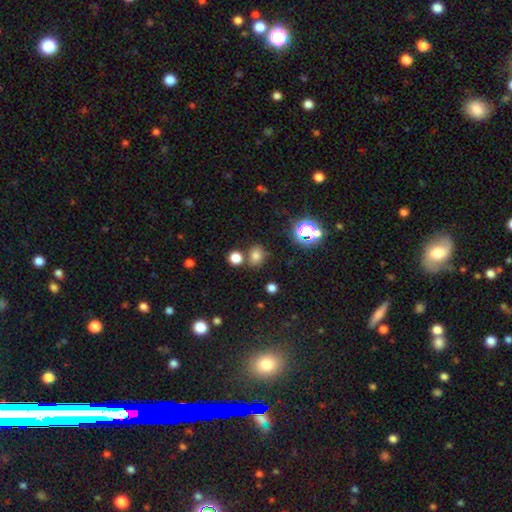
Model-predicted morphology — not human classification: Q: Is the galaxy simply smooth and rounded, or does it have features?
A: smooth — 73%.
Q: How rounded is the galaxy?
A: round — 62%.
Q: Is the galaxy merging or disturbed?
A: none — 73%.